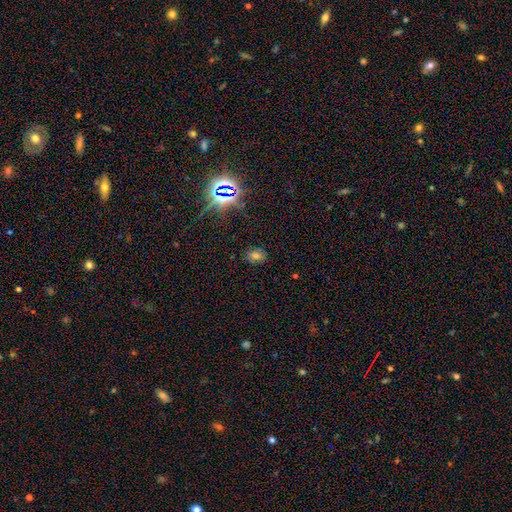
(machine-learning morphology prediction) Smooth or featured? Predicted: smooth (p=0.60). How rounded? Predicted: in between (p=0.65). Merging? Predicted: none (p=0.82).